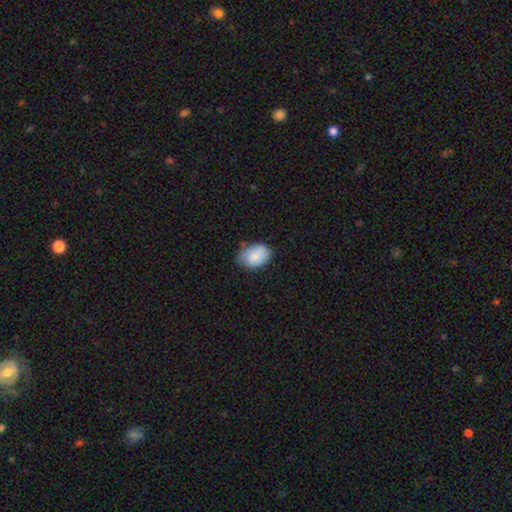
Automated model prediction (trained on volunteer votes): A smooth galaxy with no disk features (83%) that is in between round and cigar-shaped (84%).

Vote fractions:
- Smooth or featured? smooth: 83% / featured or disk: 10% / star or artifact: 7%
- How rounded? in between: 84% / round: 15% / cigar-shaped: 1%
- Merging? none: 68% / minor disturbance: 26% / major disturbance: 4% / merger: 2%